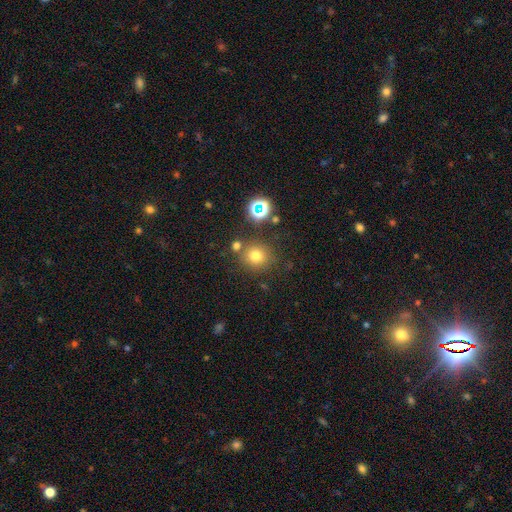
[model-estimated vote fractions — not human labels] A smooth galaxy with no disk features (72%) that is round (90%). Merging: none (77%).